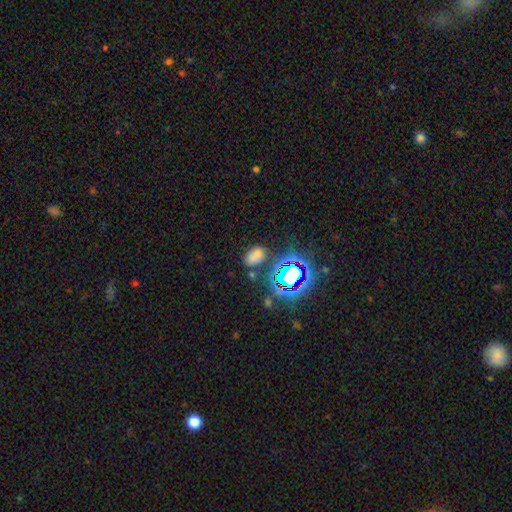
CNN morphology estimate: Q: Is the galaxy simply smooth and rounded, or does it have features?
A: smooth — 61%.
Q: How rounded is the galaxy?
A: in between — 83%.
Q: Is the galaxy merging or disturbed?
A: none — 69%.